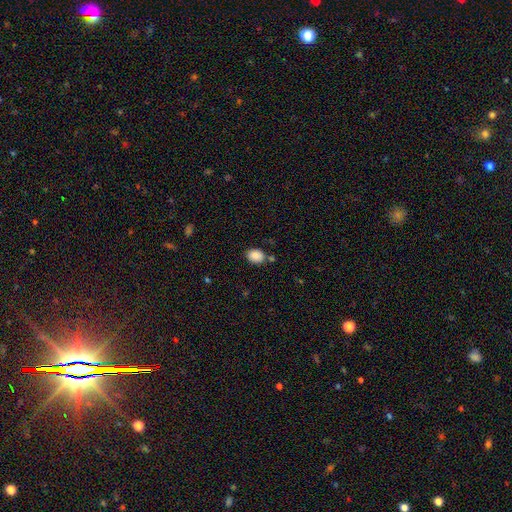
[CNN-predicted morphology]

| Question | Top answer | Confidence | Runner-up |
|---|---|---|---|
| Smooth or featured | smooth | 88% | star or artifact (8%) |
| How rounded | in between | 63% | round (36%) |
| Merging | none | 76% | minor disturbance (13%) |